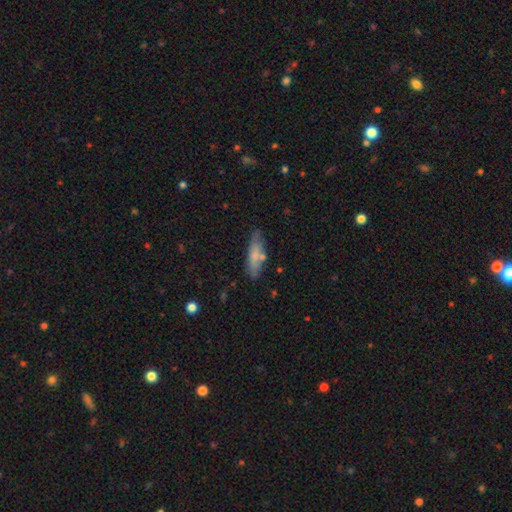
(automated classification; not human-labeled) Smooth or featured?
  - smooth: 74% *
  - featured or disk: 20%
  - star or artifact: 7%
How rounded?
  - cigar-shaped: 56% *
  - in between: 42%
  - round: 2%
Merging?
  - none: 74% *
  - minor disturbance: 17%
  - merger: 6%
  - major disturbance: 4%